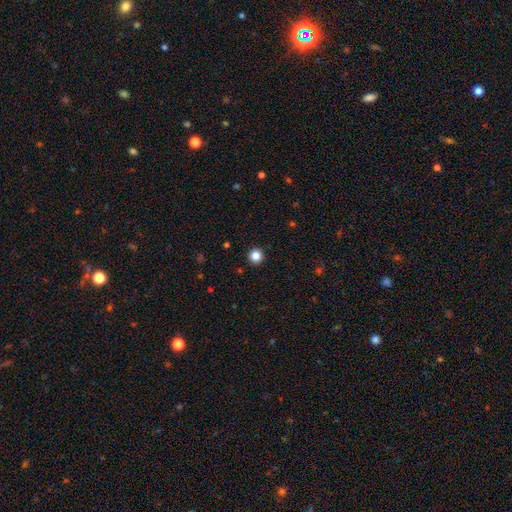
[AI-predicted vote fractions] This is clearly a smooth galaxy (84%). How rounded: clearly round (96%). Merging: clearly none (94%).